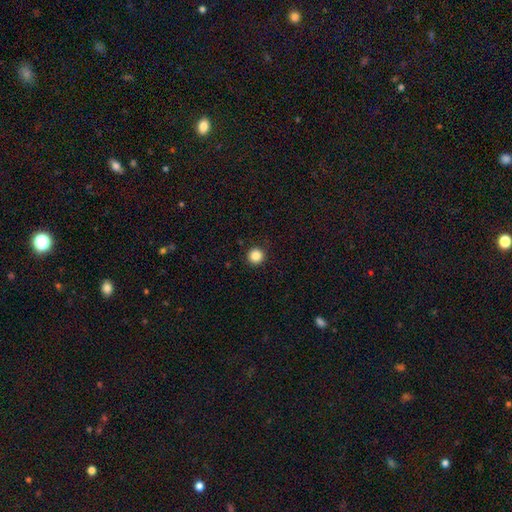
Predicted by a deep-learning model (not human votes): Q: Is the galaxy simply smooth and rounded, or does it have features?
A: smooth — 86%.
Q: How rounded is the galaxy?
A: round — 96%.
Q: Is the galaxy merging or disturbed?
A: none — 93%.